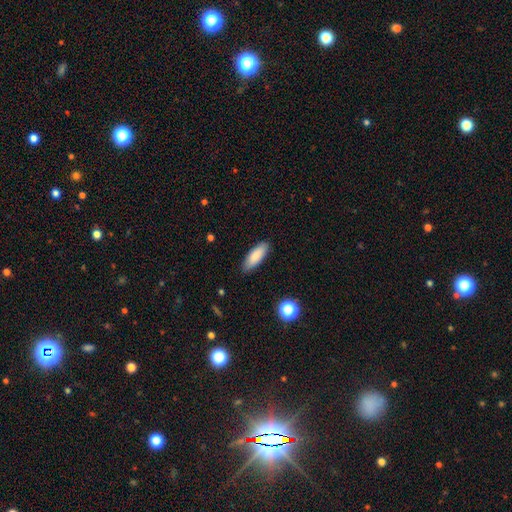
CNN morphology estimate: This is clearly a smooth galaxy (86%). How rounded: likely in between (64%). Merging: clearly none (88%).